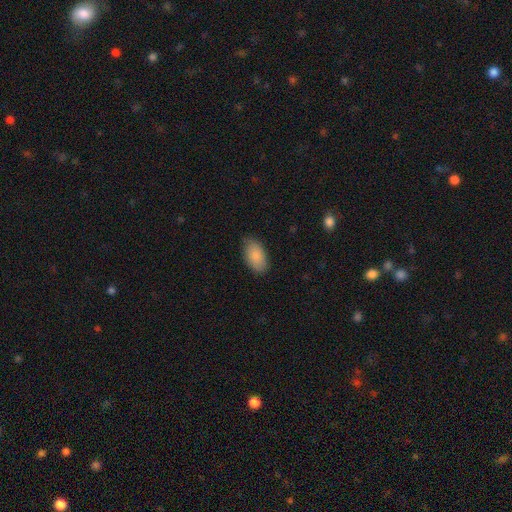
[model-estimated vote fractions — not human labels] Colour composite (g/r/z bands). It shows a smooth galaxy with no disk features (87%) that is in between round and cigar-shaped (94%). Merging: none (81%).